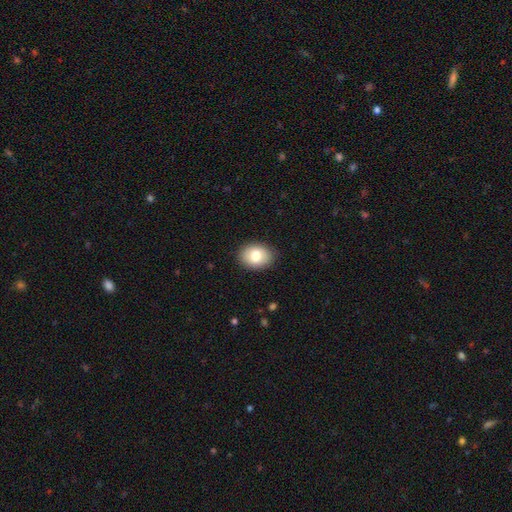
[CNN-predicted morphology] type=smooth (79%); roundness=in between (66%); merging=none (88%).